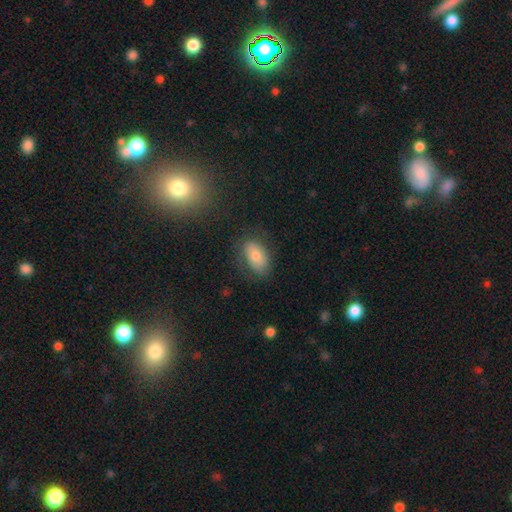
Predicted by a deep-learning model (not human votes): The model was most divided on "smooth or featured": smooth: 67%, featured or disk: 24%, star or artifact: 10%. More confident: how rounded — in between (90%); merging — none (72%).